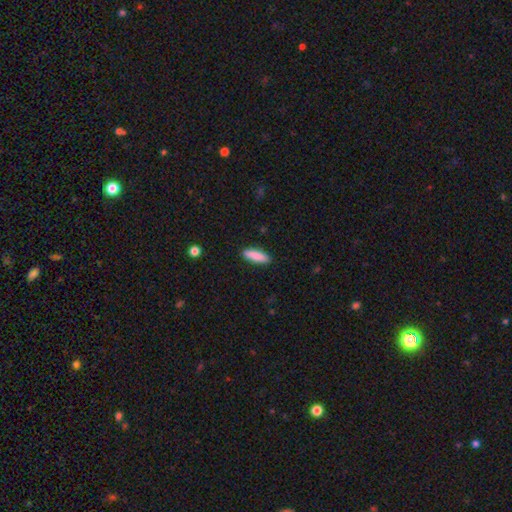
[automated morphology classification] A smooth galaxy with no disk features (88%) that is cigar-shaped (57%). Merging: none (89%).